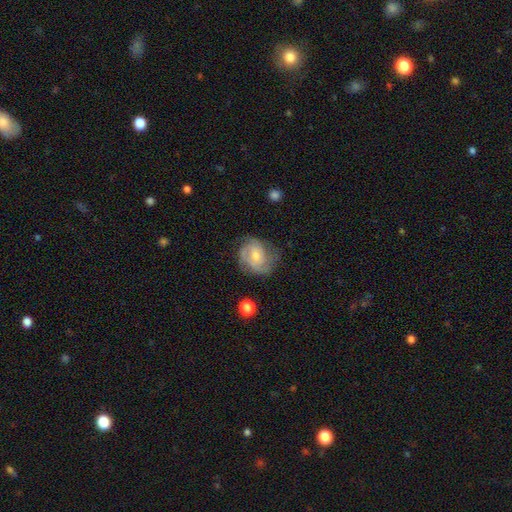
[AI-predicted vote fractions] This is likely a featured or disk galaxy (72%). It is clearly not viewed edge-on (97%). Bar: possibly no (59%). Spiral arm pattern: clearly yes (91%). Spiral arm count: marginally 2 (31%). Spiral winding: possibly tight (49%). Central bulge: possibly small (50%). Merging: likely none (66%).